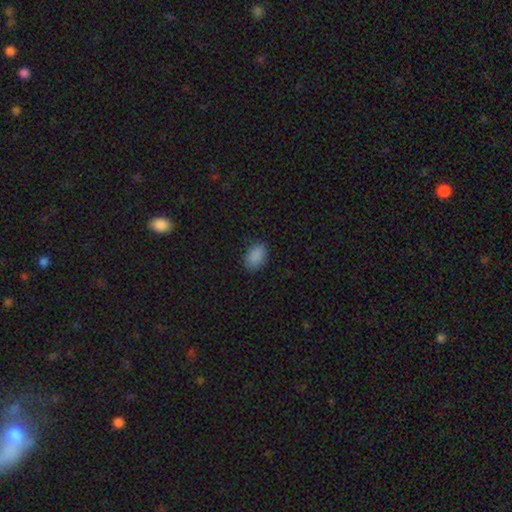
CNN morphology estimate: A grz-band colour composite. It shows a smooth galaxy with no disk features (88%) that is in between round and cigar-shaped (87%). Merging: none (84%).